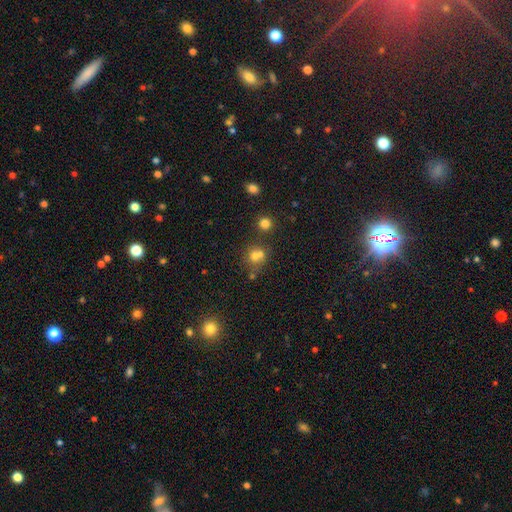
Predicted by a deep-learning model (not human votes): A smooth galaxy with no disk features (67%) that is round (82%). Merging: none (47%).